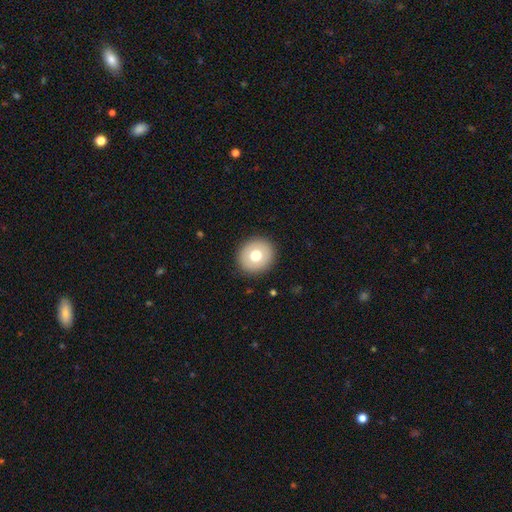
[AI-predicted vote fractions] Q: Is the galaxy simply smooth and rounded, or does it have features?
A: smooth — 69%.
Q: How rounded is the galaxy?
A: round — 89%.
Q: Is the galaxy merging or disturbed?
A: none — 91%.